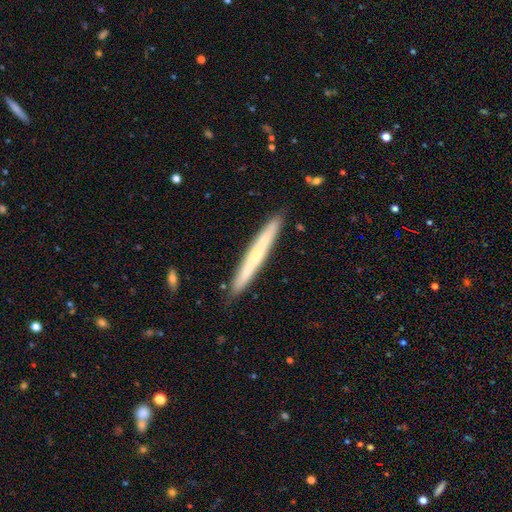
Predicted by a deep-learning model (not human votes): A smooth galaxy with no disk features (47%, tied with featured or disk).

Vote fractions:
- Smooth or featured? smooth: 47% (tied) / featured or disk: 47% (tied) / star or artifact: 6%
- Merging? none: 89% / minor disturbance: 8% / major disturbance: 1% / merger: 1%